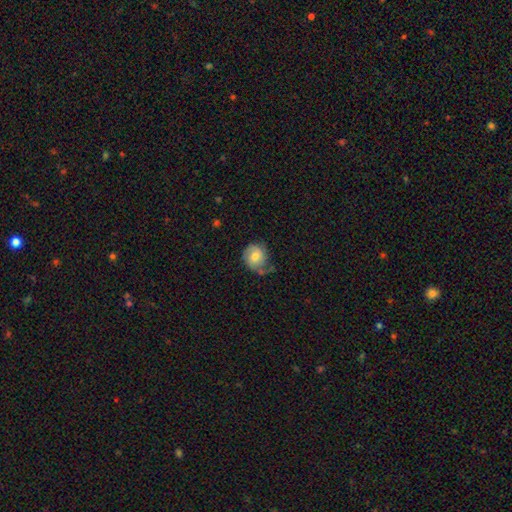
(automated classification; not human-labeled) Q: Smooth or featured?
A: featured or disk (47%); runner-up: smooth (46%)
Q: Merging?
A: none (49%); runner-up: minor disturbance (31%)